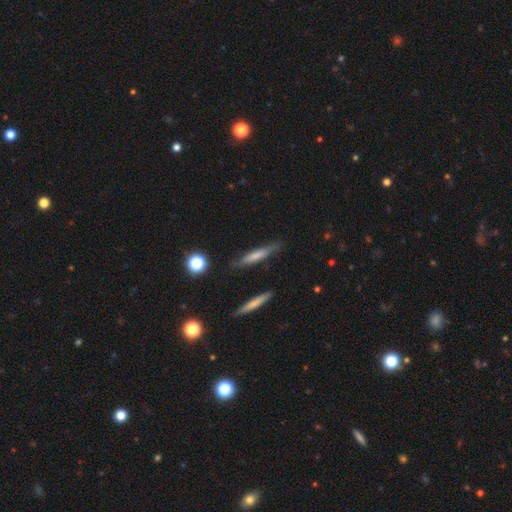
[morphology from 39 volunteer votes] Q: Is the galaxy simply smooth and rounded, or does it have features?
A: smooth — 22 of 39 (56%).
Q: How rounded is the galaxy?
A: cigar-shaped — 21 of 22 (95%).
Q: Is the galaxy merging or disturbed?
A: none — 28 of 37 (76%).